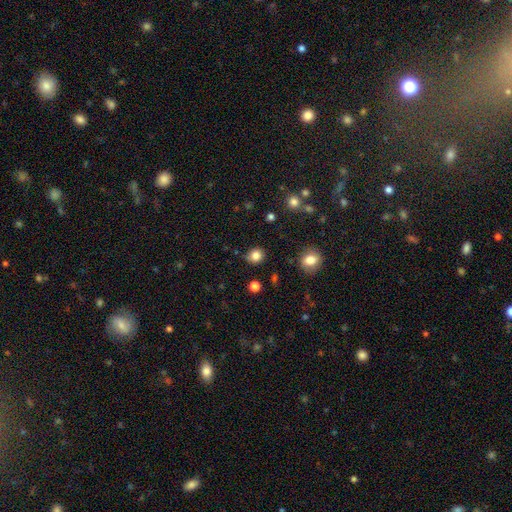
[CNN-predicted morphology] smooth-or-featured: smooth: 82% | star or artifact: 12% | featured or disk: 6%
  how-rounded: round: 82% | in between: 17% | cigar-shaped: 1%
  merging: none: 78% | minor disturbance: 16% | major disturbance: 4% | merger: 2%